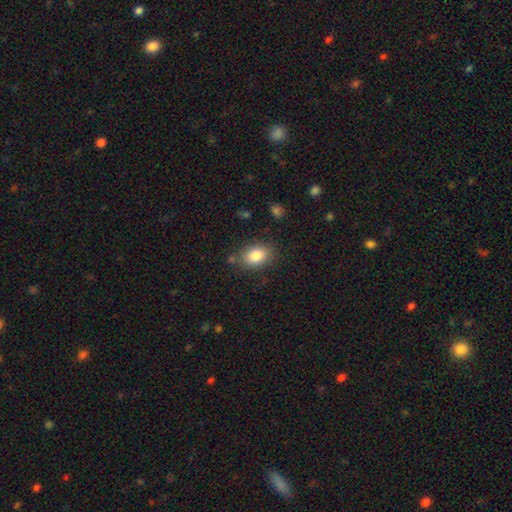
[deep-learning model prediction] smooth 84%, star or artifact 8%, featured or disk 8%. Down the decision tree: how rounded — in between (79%); merging — none (79%).